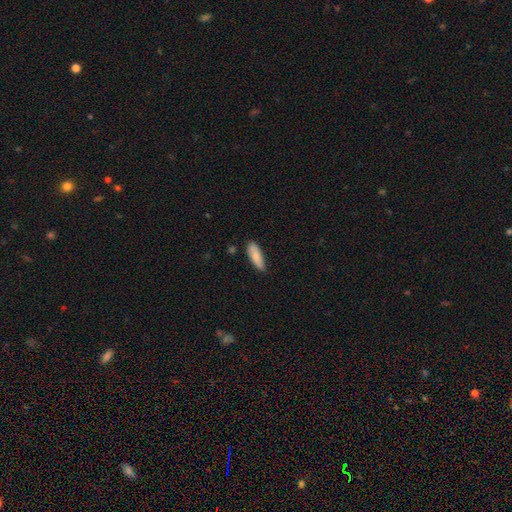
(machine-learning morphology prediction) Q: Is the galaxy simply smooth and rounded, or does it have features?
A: smooth — 83%.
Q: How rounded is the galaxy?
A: in between — 59%.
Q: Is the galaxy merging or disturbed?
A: none — 78%.